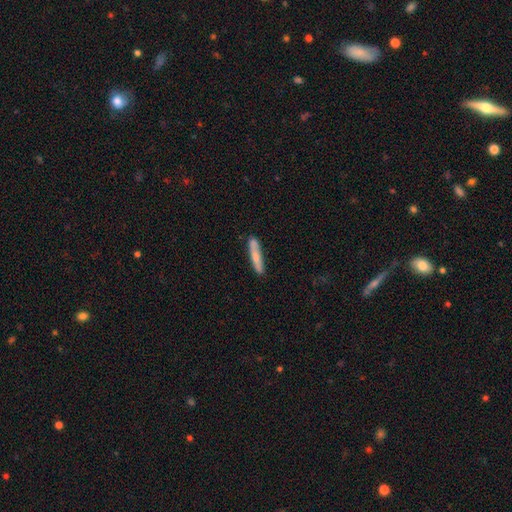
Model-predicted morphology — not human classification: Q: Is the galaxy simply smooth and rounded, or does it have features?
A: smooth — 67%.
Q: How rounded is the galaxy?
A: cigar-shaped — 91%.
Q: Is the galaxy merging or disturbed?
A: none — 82%.